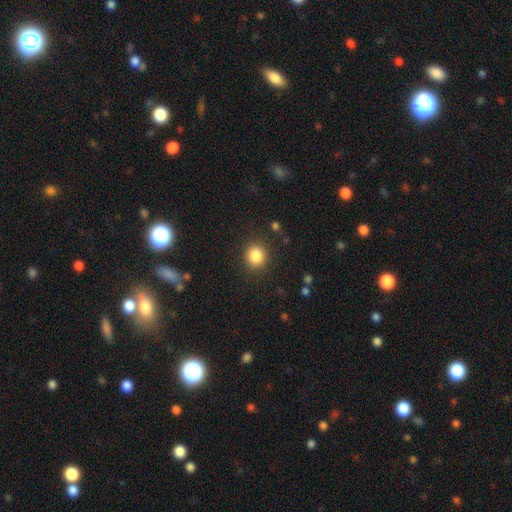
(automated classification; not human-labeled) A smooth galaxy with no disk features (86%) that is round (85%). Merging: none (88%).